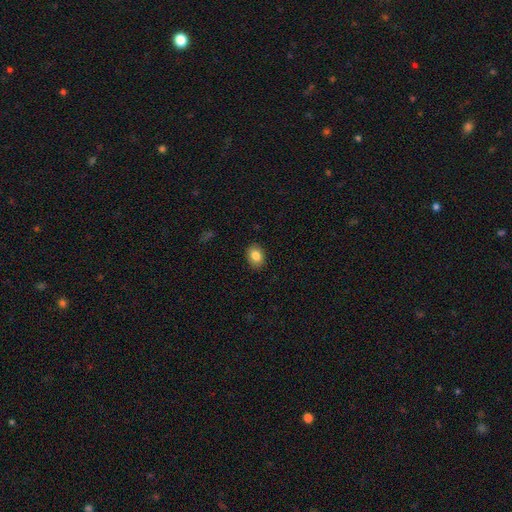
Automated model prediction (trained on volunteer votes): Smooth or featured? Predicted: smooth (p=0.84). How rounded? Predicted: in between (p=0.70). Merging? Predicted: none (p=0.89).